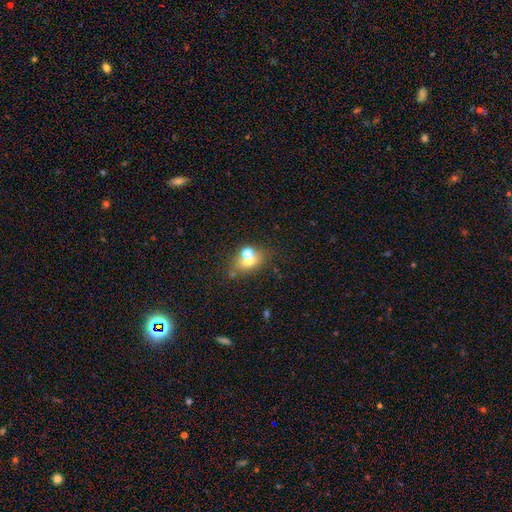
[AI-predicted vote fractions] Morphology: type=smooth (52%); roundness=round (52%); merging=none (49%).